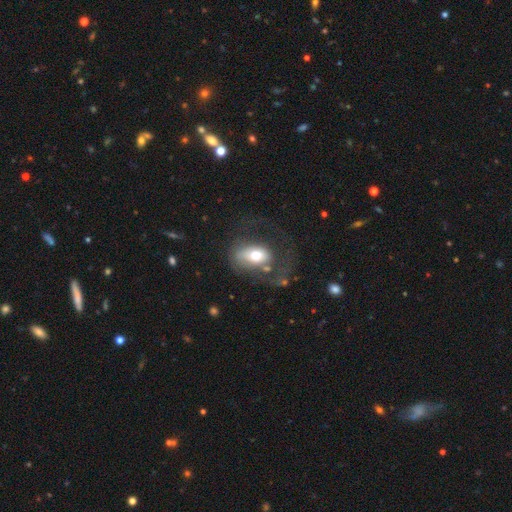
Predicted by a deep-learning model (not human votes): This appears to be a smooth galaxy with no disk features (53%) that is in between round and cigar-shaped (80%). Merging: major disturbance (45%).